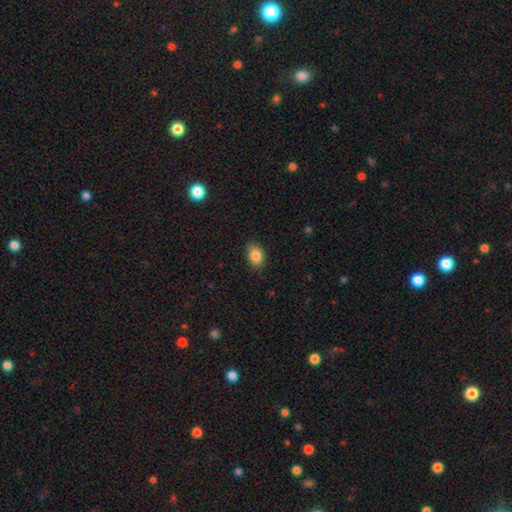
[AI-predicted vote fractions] Smooth or featured?
  - smooth: 86% *
  - star or artifact: 8%
  - featured or disk: 6%
How rounded?
  - in between: 83% *
  - round: 16%
  - cigar-shaped: 1%
Merging?
  - none: 82% *
  - minor disturbance: 15%
  - major disturbance: 3%
  - merger: 1%